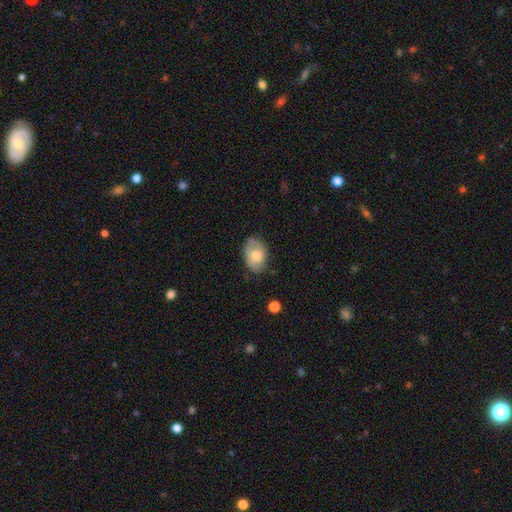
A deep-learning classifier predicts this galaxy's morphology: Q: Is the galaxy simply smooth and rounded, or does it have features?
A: smooth — 53%.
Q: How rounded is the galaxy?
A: in between — 81%.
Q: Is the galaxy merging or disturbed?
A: none — 66%.